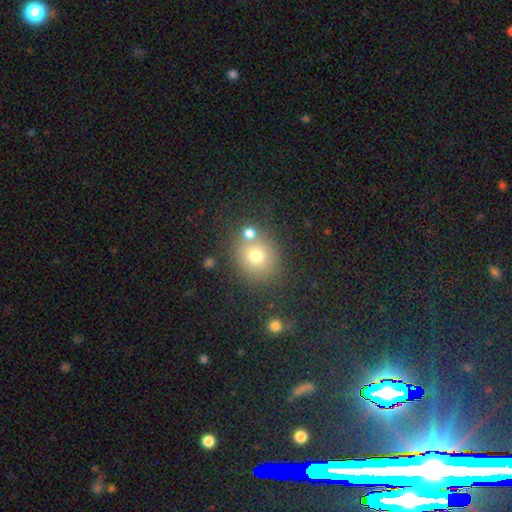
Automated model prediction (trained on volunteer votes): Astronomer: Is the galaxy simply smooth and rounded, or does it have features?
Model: smooth — 73%.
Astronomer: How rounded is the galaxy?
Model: round — 74%.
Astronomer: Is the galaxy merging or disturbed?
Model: none — 68%.